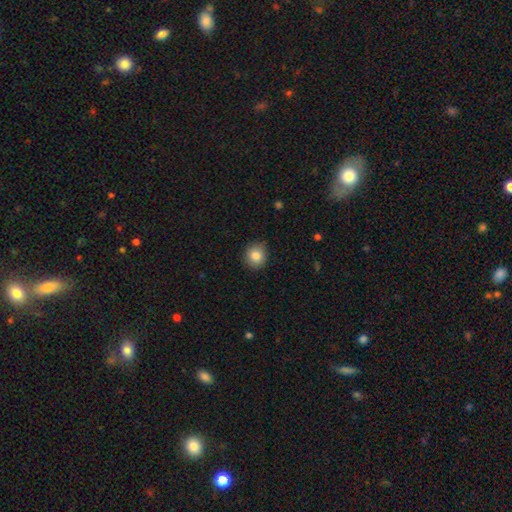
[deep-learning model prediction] Q: Smooth or featured?
A: smooth (83%); runner-up: star or artifact (10%)
Q: How rounded?
A: round (84%); runner-up: in between (15%)
Q: Merging?
A: none (87%); runner-up: minor disturbance (10%)